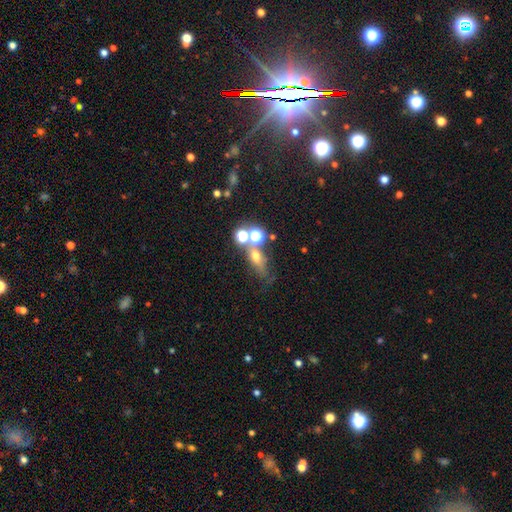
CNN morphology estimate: smooth 53%, star or artifact 25%, featured or disk 22%. Down the decision tree: how rounded — in between (44%); merging — none (43%).